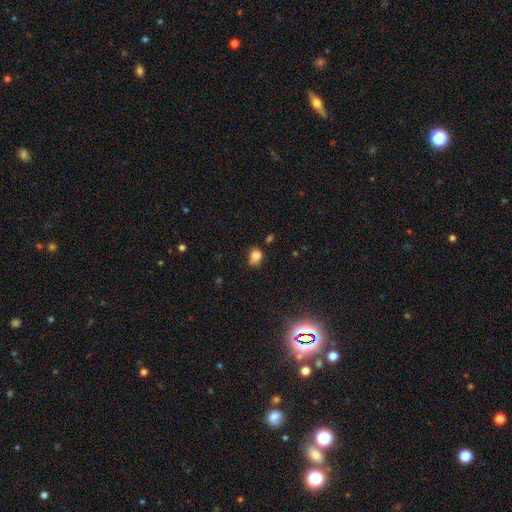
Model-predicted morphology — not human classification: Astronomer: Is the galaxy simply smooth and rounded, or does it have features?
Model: smooth — 79%.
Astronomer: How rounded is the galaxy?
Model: in between — 52% (runner-up: round, 47%).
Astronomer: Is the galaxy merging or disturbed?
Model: none — 53% (runner-up: minor disturbance, 30%).